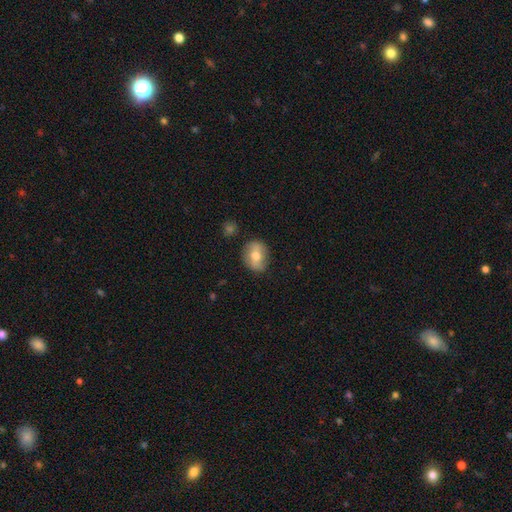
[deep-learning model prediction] Smooth or featured? smooth (58%)
How rounded? round (55%)
Merging? none (81%)